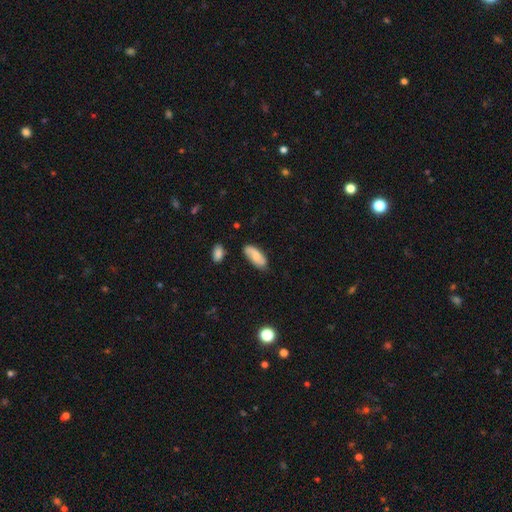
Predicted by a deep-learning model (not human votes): The model was most divided on "smooth or featured": smooth: 62%, featured or disk: 31%, star or artifact: 7%. More confident: how rounded — in between (84%); merging — none (72%).